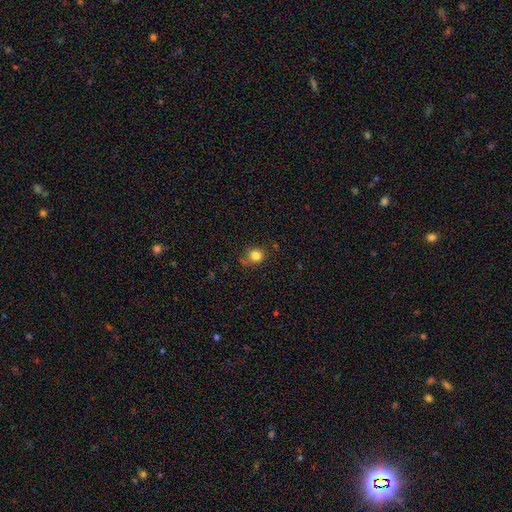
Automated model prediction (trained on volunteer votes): smooth 83%, star or artifact 12%, featured or disk 5%. Down the decision tree: how rounded — round (85%); merging — none (75%).